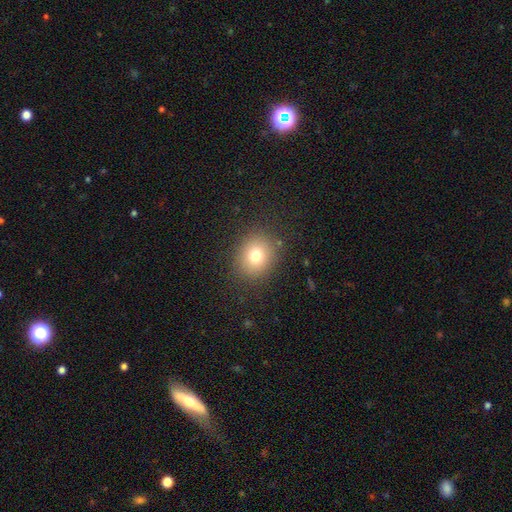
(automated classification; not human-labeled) Overall: smooth (75%). How rounded: round (72%). Merging: none (87%).